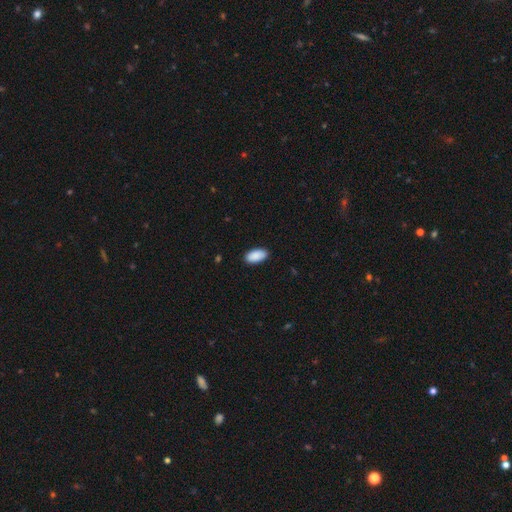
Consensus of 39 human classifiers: This appears to be a smooth galaxy with no disk features (95%) that is in between round and cigar-shaped (97%). Merging: none (89%).